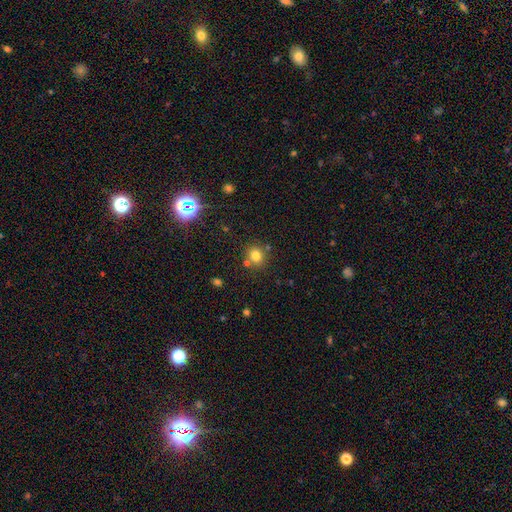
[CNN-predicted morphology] The model was most divided on "how rounded": round: 76%, in between: 23%, cigar-shaped: 1%. More confident: smooth or featured — smooth (76%); merging — none (74%).